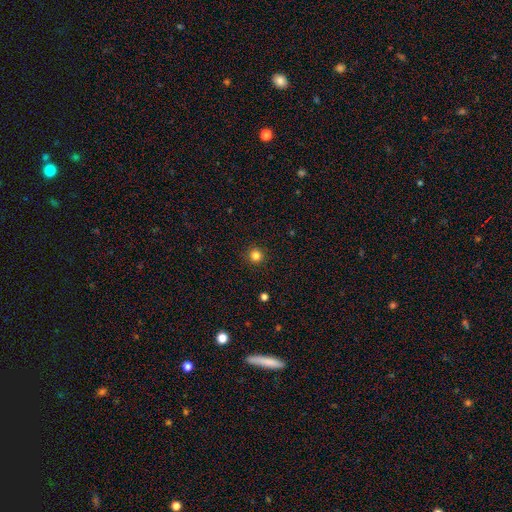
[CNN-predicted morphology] type=smooth (83%); roundness=round (94%); merging=none (92%).